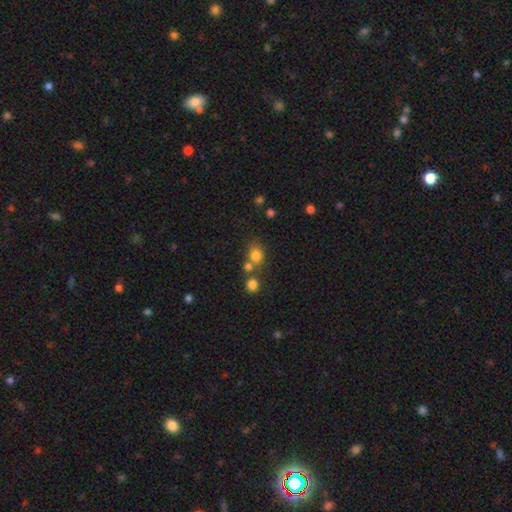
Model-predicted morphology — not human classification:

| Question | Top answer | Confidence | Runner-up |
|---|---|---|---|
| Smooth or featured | smooth | 79% | star or artifact (13%) |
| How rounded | round | 69% | in between (30%) |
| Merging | none | 52% | merger (32%) |